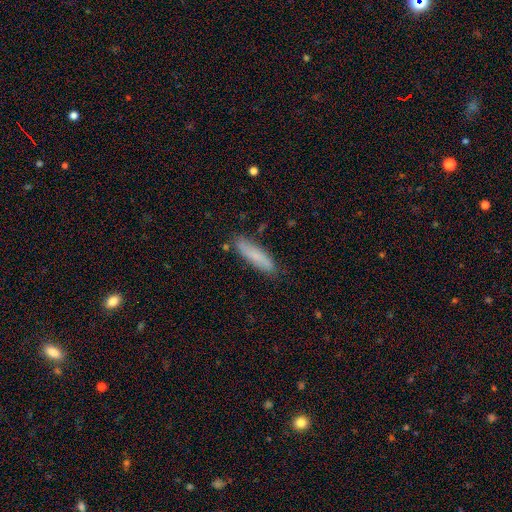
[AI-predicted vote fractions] smooth 75%, featured or disk 18%, star or artifact 7%. Down the decision tree: how rounded — cigar-shaped (72%); merging — none (82%).